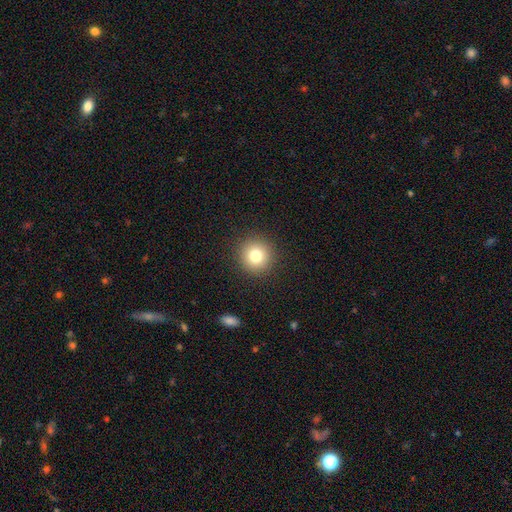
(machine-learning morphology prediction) This appears to be a smooth galaxy with no disk features (79%) that is round (95%). Merging: none (91%).